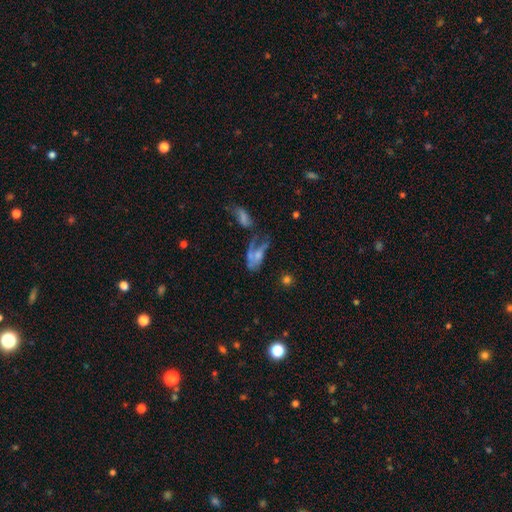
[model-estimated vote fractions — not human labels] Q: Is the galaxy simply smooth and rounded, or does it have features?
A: featured or disk — 47%.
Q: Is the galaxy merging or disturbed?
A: major disturbance — 37%.